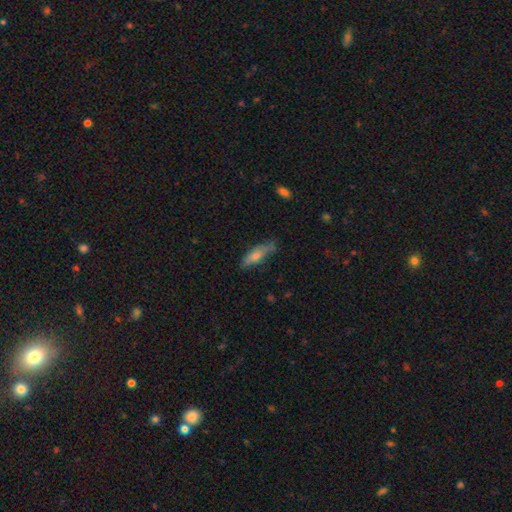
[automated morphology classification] A smooth galaxy with no disk features (53%) that is cigar-shaped (66%).

Vote fractions:
- Smooth or featured? smooth: 53% / featured or disk: 39% / star or artifact: 8%
- How rounded? cigar-shaped: 66% / in between: 31% / round: 2%
- Merging? none: 71% / minor disturbance: 22% / major disturbance: 5% / merger: 2%